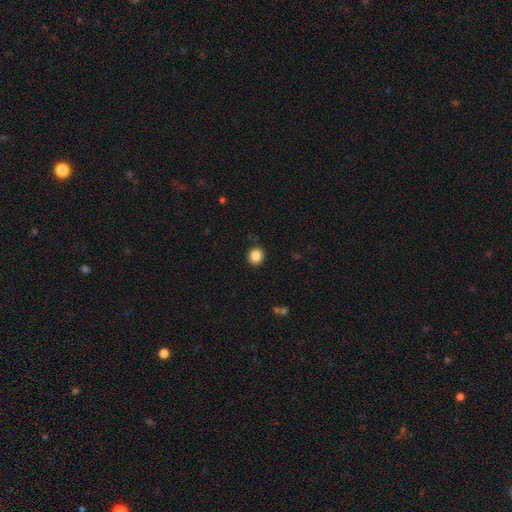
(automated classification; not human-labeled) Q: Smooth or featured?
A: smooth (86%); runner-up: star or artifact (10%)
Q: How rounded?
A: round (79%); runner-up: in between (20%)
Q: Merging?
A: none (91%); runner-up: minor disturbance (6%)